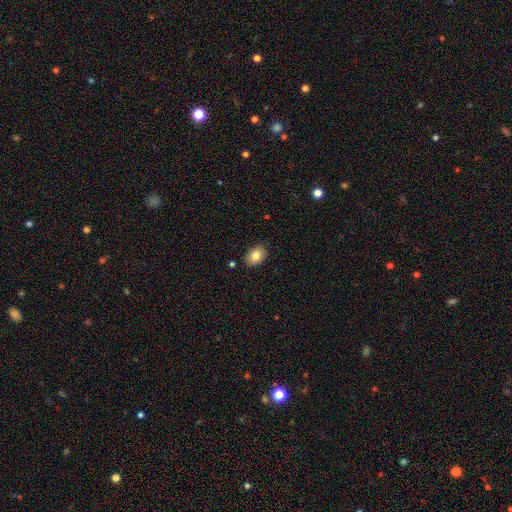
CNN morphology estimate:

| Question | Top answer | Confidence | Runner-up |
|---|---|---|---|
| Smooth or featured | smooth | 83% | featured or disk (8%) |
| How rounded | in between | 79% | round (20%) |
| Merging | none | 84% | minor disturbance (12%) |